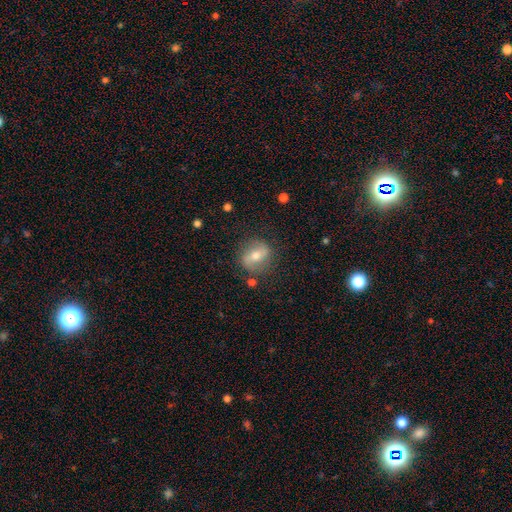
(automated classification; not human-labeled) A featured or disk galaxy (51%).

Vote fractions:
- Smooth or featured? featured or disk: 51% / smooth: 40% / star or artifact: 9%
- Edge-on disk? no: 87% / yes: 13%
- Merging? none: 79% / minor disturbance: 13% / major disturbance: 5% / merger: 2%